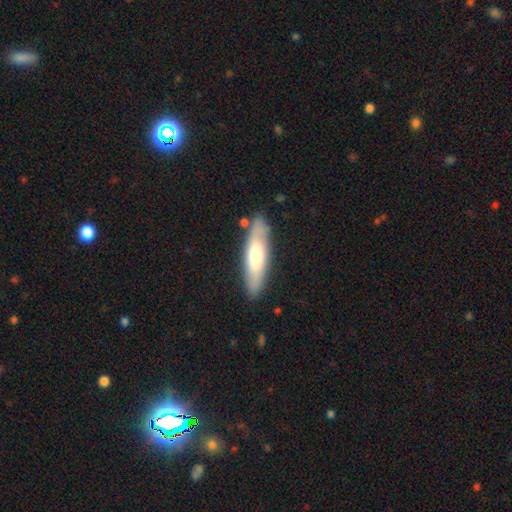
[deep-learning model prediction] A smooth galaxy with no disk features (58%) that is cigar-shaped (69%). Merging: none (84%).